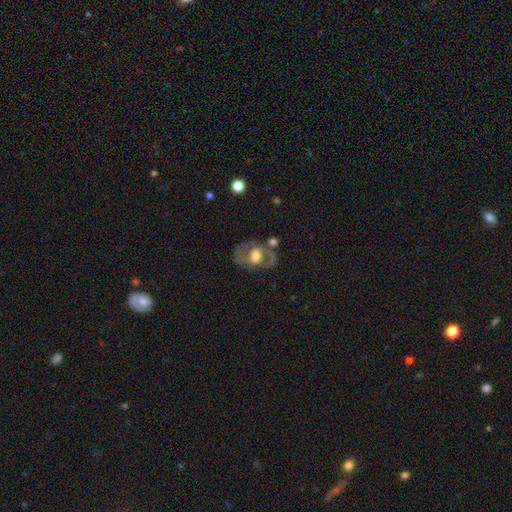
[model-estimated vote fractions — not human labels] Smooth or featured? Predicted: featured or disk (p=0.68). Edge-on disk? Predicted: no (p=0.94). Bar? Predicted: no (p=0.52). Spiral arms? Predicted: yes (p=0.57). Bulge size? Predicted: moderate (p=0.45). Merging? Predicted: none (p=0.62).